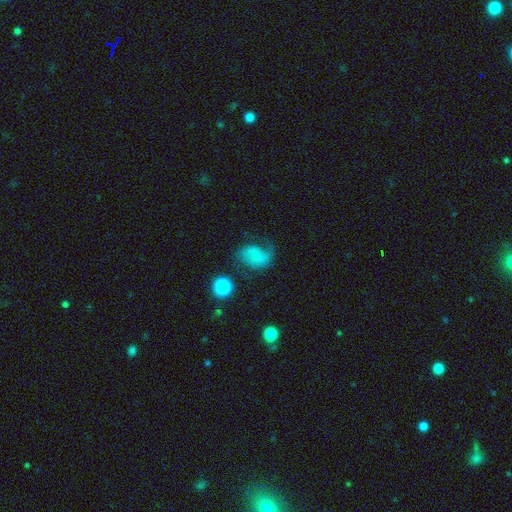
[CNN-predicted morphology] smooth-or-featured: featured or disk: 55% | smooth: 32% | star or artifact: 12%
  disk-edge-on: no: 98% | yes: 2%
    bar: no: 54% | weak: 36% | strong: 10%
    has-spiral-arms: yes: 90% | no: 10%
    bulge-size: none: 50% | small: 32% | moderate: 11% | large: 4% | dominant: 2%
  merging: none: 56% | minor disturbance: 22% | major disturbance: 19% | merger: 4%